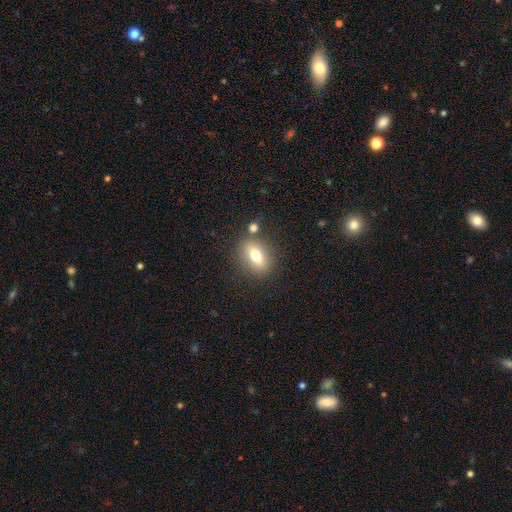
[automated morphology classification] Overall: smooth (63%; featured or disk 27%). How rounded: in between (70%). Merging: none (80%).